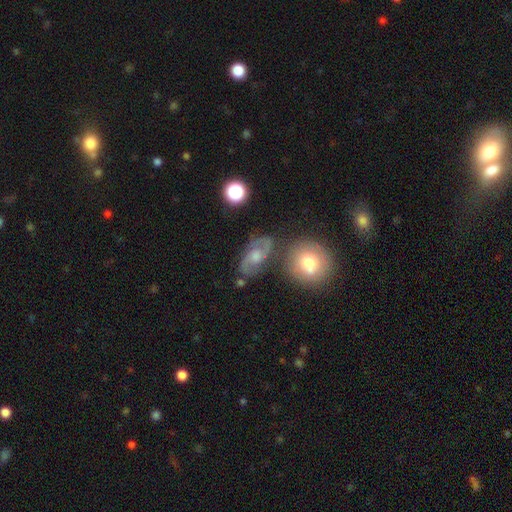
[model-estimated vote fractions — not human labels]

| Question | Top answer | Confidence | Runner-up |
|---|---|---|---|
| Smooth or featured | featured or disk | 72% | smooth (19%) |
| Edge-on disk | no | 95% | yes (5%) |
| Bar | no | 58% | weak (36%) |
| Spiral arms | yes | 90% | no (10%) |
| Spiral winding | medium | 53% | loose (27%) |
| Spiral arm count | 2 | 88% | can't tell (6%) |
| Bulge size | moderate | 52% | small (25%) |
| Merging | none | 69% | minor disturbance (16%) |